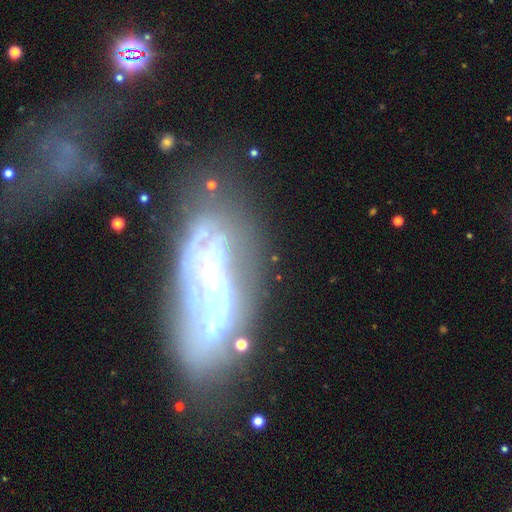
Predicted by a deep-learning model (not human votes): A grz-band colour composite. It shows a featured or disk galaxy (72%) with no bar (49%), spiral arms (54%) and a small central bulge (33%). Merging: none (46%).